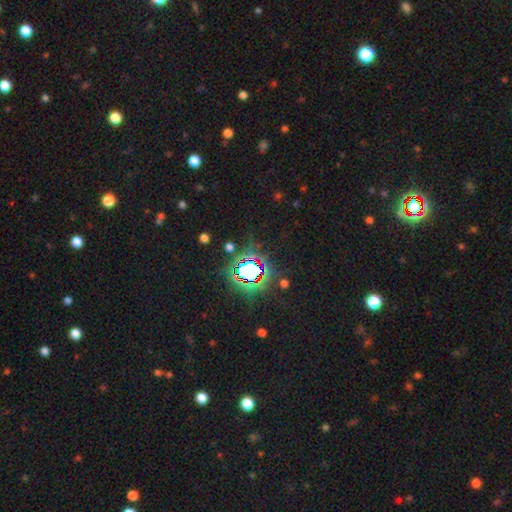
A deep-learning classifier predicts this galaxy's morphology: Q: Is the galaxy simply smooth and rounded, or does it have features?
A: star or artifact — 83%.